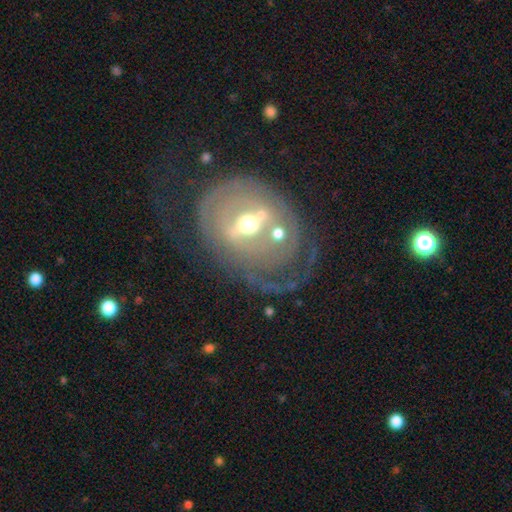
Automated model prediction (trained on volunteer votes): featured or disk 81%, smooth 11%, star or artifact 8%. Down the decision tree: edge-on disk — no (95%); bar — weak (41%); spiral arms — yes (74%); spiral arm count — can't tell (44%); spiral winding — tight (63%); bulge size — moderate (60%); merging — none (43%).